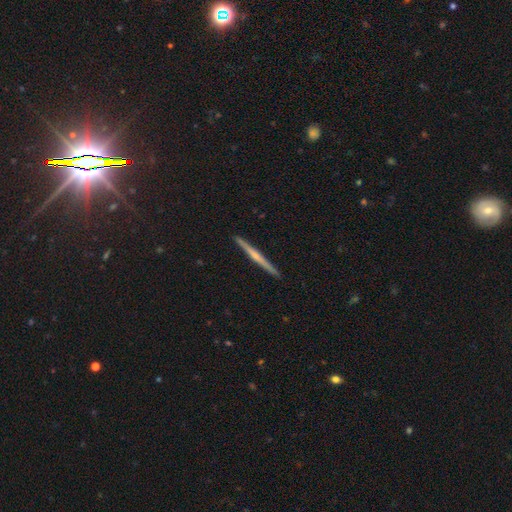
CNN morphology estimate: Smooth or featured? Predicted: featured or disk (p=0.67). Edge-on disk? Predicted: yes (p=0.98). Edge-on bulge? Predicted: rounded (p=0.50). Merging? Predicted: none (p=0.93).